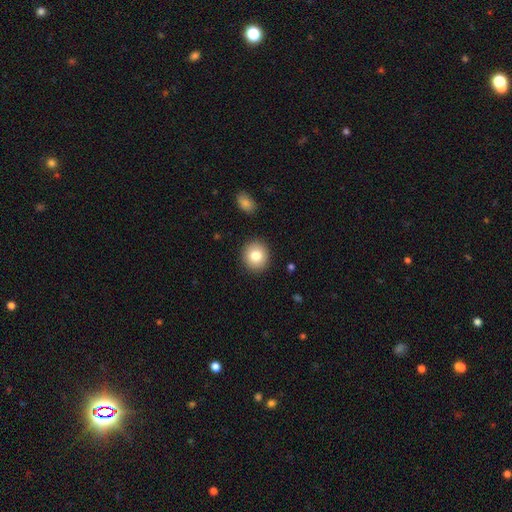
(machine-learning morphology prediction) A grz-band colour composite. It shows a smooth galaxy with no disk features (81%) that is round (88%). Merging: none (91%).